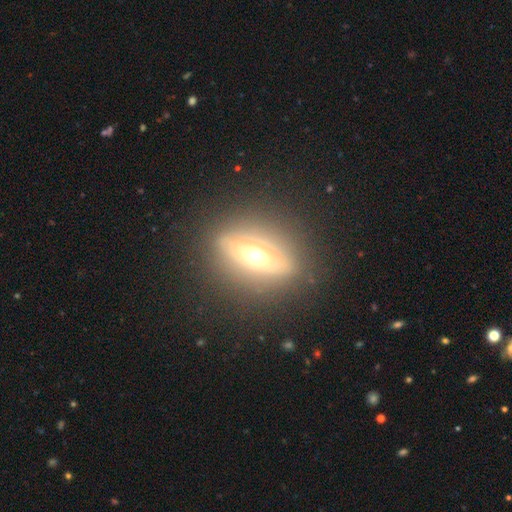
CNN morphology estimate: Smooth or featured? featured or disk (58%)
Edge-on disk? yes (64%)
Merging? none (80%)